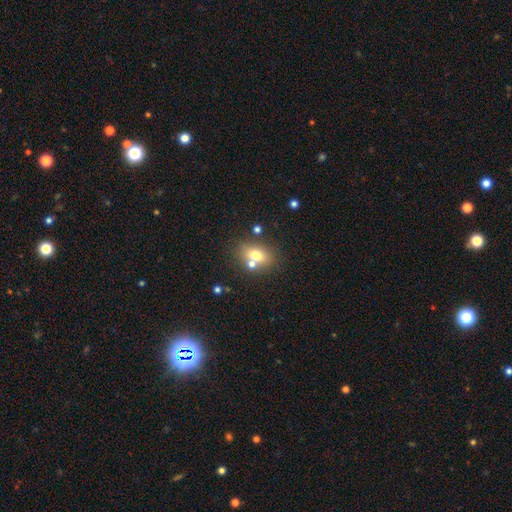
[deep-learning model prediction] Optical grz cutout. It shows a smooth galaxy with no disk features (70%) that is in between round and cigar-shaped (63%). Merging: none (62%).